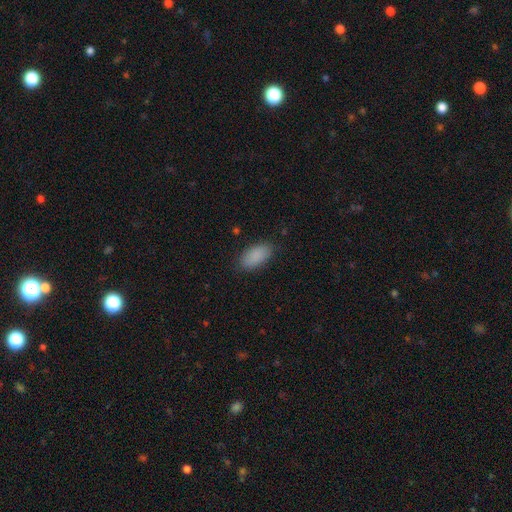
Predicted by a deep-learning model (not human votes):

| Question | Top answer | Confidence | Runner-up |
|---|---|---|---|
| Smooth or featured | smooth | 89% | star or artifact (7%) |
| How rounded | in between | 92% | cigar-shaped (5%) |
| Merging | none | 84% | minor disturbance (12%) |